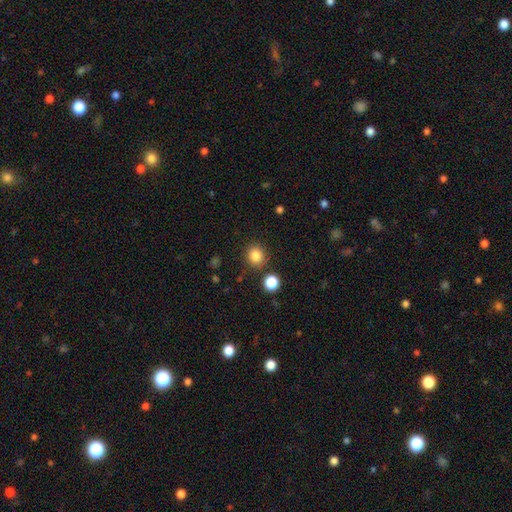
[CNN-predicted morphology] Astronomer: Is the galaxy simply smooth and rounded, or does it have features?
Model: smooth — 84%.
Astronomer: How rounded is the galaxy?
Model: round — 86%.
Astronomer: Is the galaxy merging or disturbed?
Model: none — 86%.